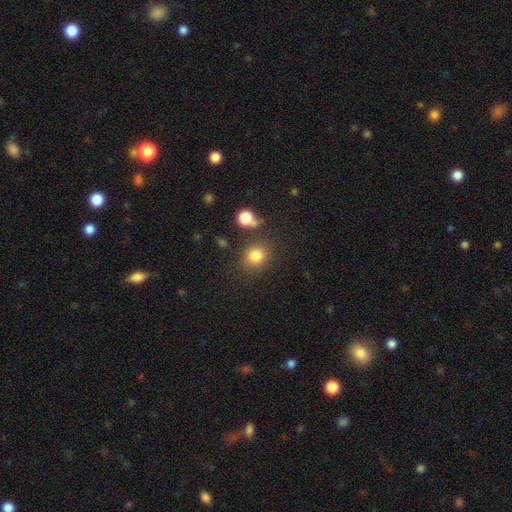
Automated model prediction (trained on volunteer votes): The model was most divided on "how rounded": round: 83%, in between: 16%, cigar-shaped: 1%. More confident: smooth or featured — smooth (81%); merging — none (77%).